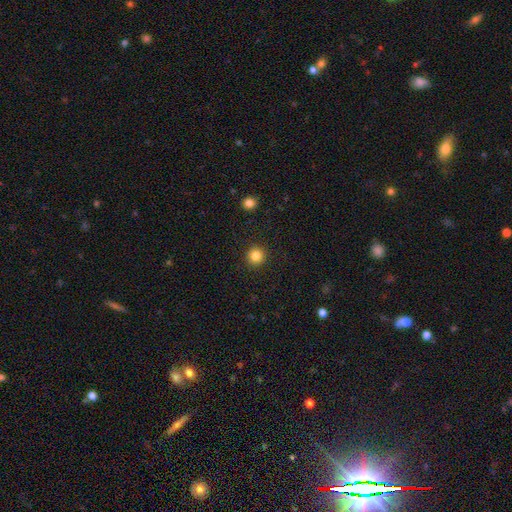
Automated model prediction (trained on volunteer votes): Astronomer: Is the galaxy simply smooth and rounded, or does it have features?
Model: smooth — 84%.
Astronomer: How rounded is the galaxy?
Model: round — 95%.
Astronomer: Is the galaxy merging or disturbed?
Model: none — 93%.